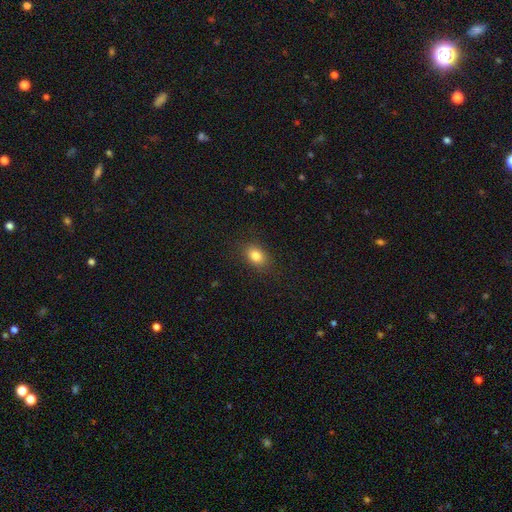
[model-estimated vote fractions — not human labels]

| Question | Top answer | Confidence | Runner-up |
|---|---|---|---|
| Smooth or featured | smooth | 83% | star or artifact (10%) |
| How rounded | in between | 75% | round (23%) |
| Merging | none | 86% | minor disturbance (10%) |